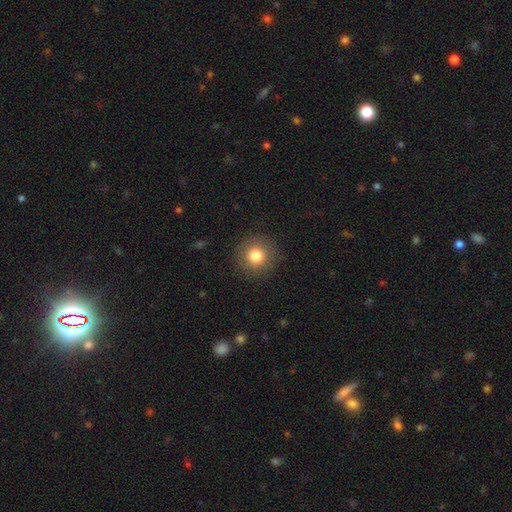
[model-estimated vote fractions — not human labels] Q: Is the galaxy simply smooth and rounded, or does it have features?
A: smooth — 80%.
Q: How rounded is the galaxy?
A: round — 95%.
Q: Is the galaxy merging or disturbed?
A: none — 90%.